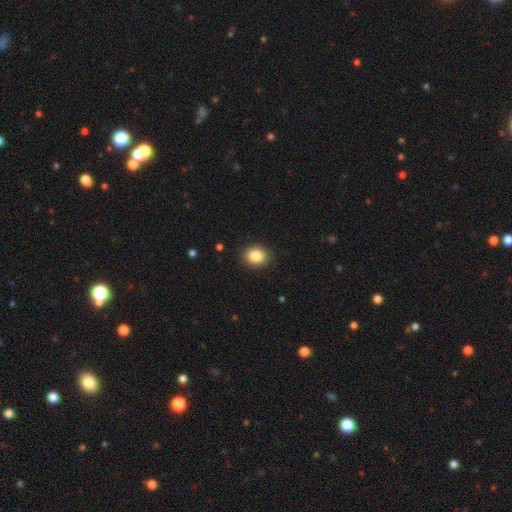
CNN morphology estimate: Smooth or featured? Predicted: smooth (p=0.85). How rounded? Predicted: round (p=0.56). Merging? Predicted: none (p=0.89).